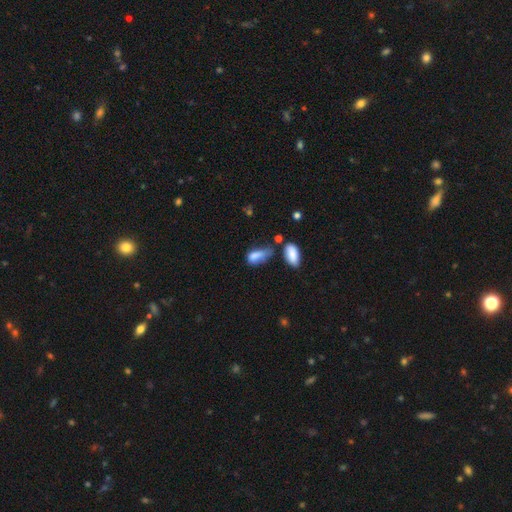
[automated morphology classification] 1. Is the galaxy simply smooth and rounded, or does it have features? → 77% smooth, 14% featured or disk, 10% star or artifact.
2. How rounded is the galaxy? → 83% in between, 12% cigar-shaped, 5% round.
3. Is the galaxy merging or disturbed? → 30% minor disturbance, 26% none, 24% major disturbance, 20% merger.